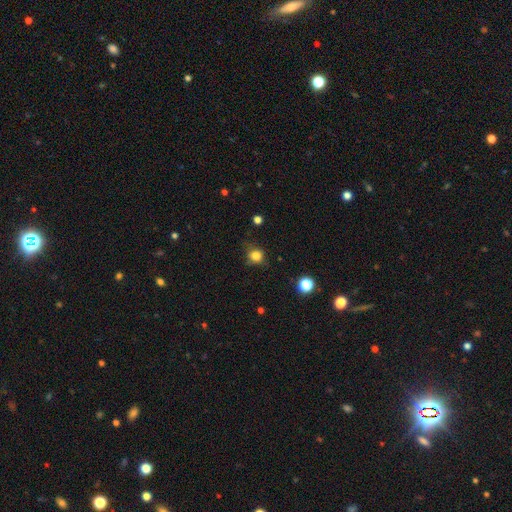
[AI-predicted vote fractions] Smooth or featured? Predicted: smooth (p=0.82). How rounded? Predicted: round (p=0.81). Merging? Predicted: none (p=0.72).